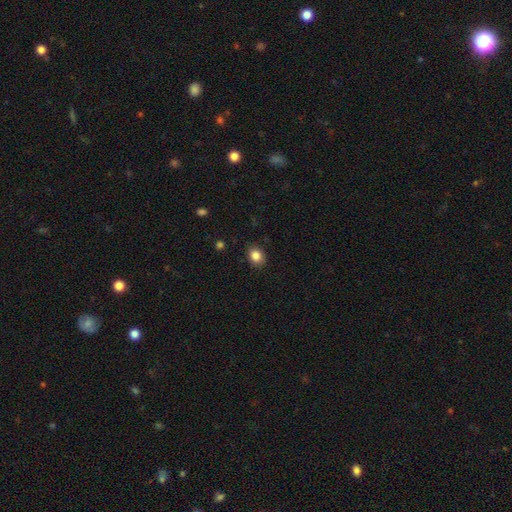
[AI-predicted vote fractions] smooth_or_featured: smooth (p=0.85) [alt: star or artifact p=0.10]
how_rounded: round (p=0.55) [alt: in between p=0.44]
merging: none (p=0.88) [alt: minor disturbance p=0.09]